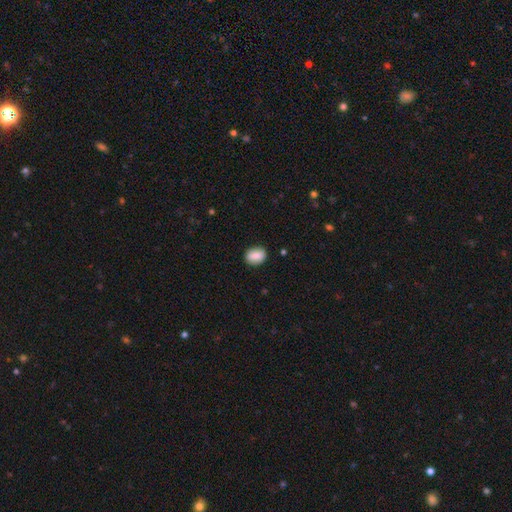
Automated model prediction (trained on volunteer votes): smooth_or_featured: smooth (p=0.83) [alt: featured or disk p=0.09]
how_rounded: in between (p=0.62) [alt: round p=0.37]
merging: none (p=0.87) [alt: minor disturbance p=0.09]